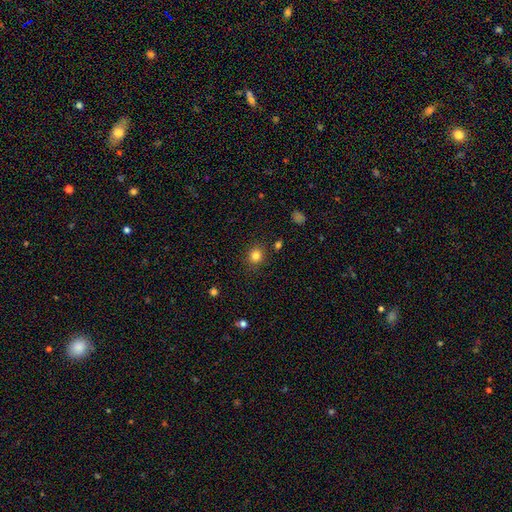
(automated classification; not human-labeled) Q: Smooth or featured?
A: smooth (81%); runner-up: star or artifact (13%)
Q: How rounded?
A: round (85%); runner-up: in between (14%)
Q: Merging?
A: none (87%); runner-up: minor disturbance (8%)